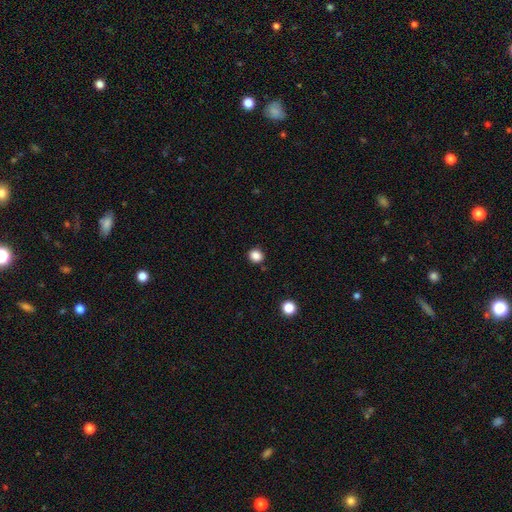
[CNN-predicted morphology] Smooth or featured?
  - smooth: 86% *
  - star or artifact: 11%
  - featured or disk: 3%
How rounded?
  - round: 76% *
  - in between: 23%
  - cigar-shaped: 1%
Merging?
  - none: 88% *
  - minor disturbance: 8%
  - major disturbance: 2%
  - merger: 2%